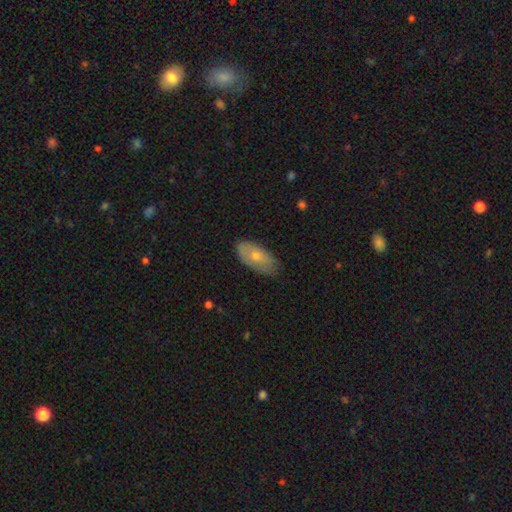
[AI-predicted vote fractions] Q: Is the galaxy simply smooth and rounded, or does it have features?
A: smooth — 56%.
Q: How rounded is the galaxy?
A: in between — 90%.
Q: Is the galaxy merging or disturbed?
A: none — 77%.